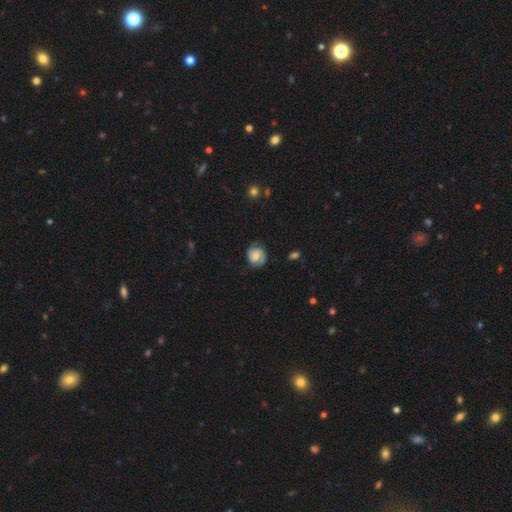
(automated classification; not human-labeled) A featured or disk galaxy (50%). Merging: none (69%).